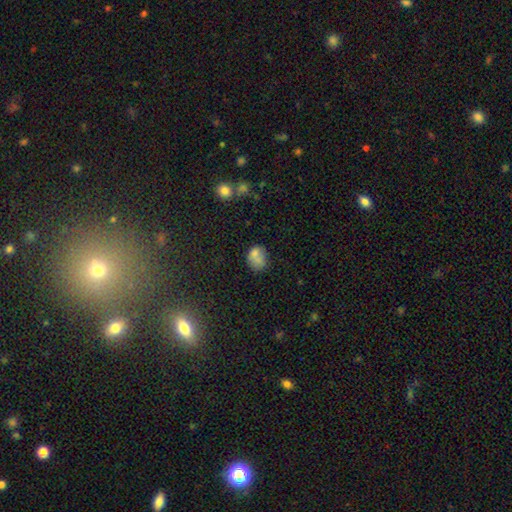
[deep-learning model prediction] A smooth galaxy with no disk features (72%) that is in between round and cigar-shaped (52%).

Vote fractions:
- Smooth or featured? smooth: 72% / featured or disk: 16% / star or artifact: 12%
- How rounded? in between: 52% / round: 47% / cigar-shaped: 1%
- Merging? none: 43% / merger: 27% / minor disturbance: 20% / major disturbance: 9%